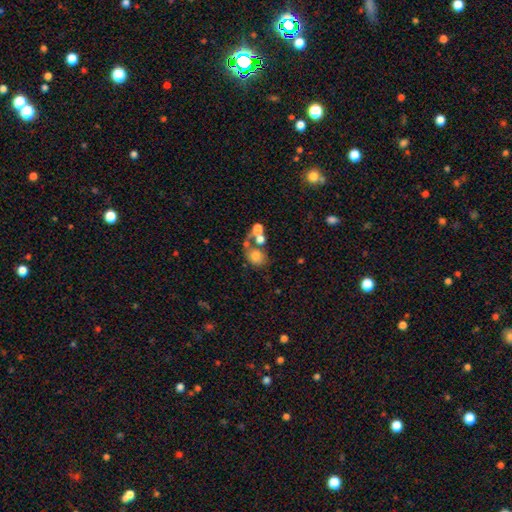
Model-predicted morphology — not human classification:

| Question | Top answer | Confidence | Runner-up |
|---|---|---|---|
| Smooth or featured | smooth | 68% | featured or disk (20%) |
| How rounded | round | 55% | in between (44%) |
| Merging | merger | 42% | none (35%) |